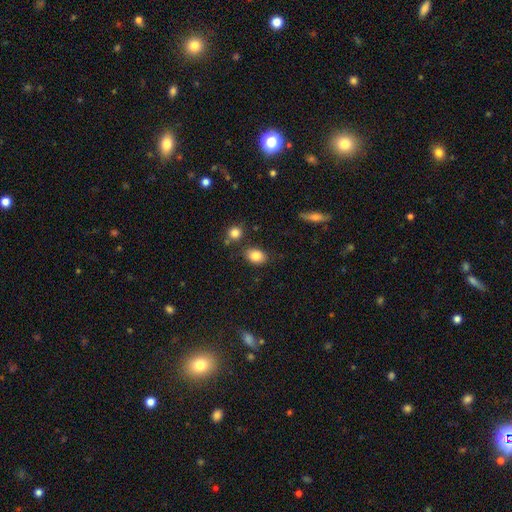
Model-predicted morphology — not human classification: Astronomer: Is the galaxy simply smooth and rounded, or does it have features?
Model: smooth — 84%.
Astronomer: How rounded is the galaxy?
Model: in between — 76%.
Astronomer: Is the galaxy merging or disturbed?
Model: none — 78%.